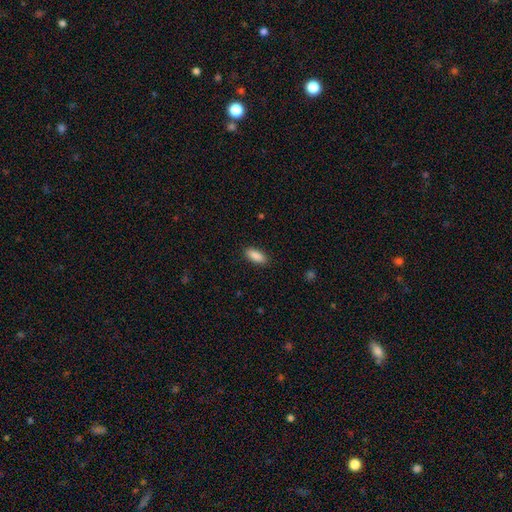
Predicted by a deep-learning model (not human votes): Smooth or featured? Predicted: smooth (p=0.90). How rounded? Predicted: in between (p=0.82). Merging? Predicted: none (p=0.89).